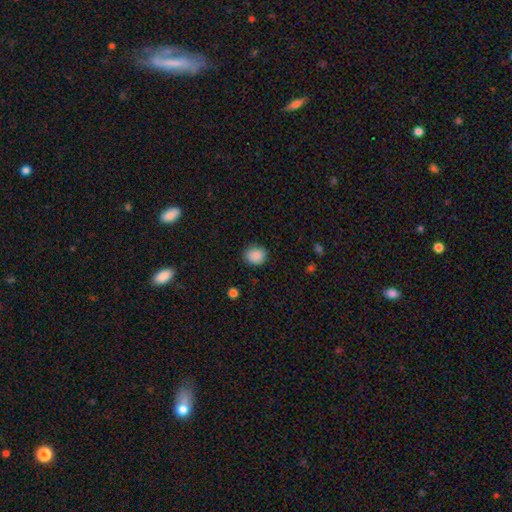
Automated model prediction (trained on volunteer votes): A smooth galaxy with no disk features (88%) that is round (67%).

Vote fractions:
- Smooth or featured? smooth: 88% / star or artifact: 9% / featured or disk: 3%
- How rounded? round: 67% / in between: 32% / cigar-shaped: 1%
- Merging? none: 83% / minor disturbance: 13% / major disturbance: 3% / merger: 1%